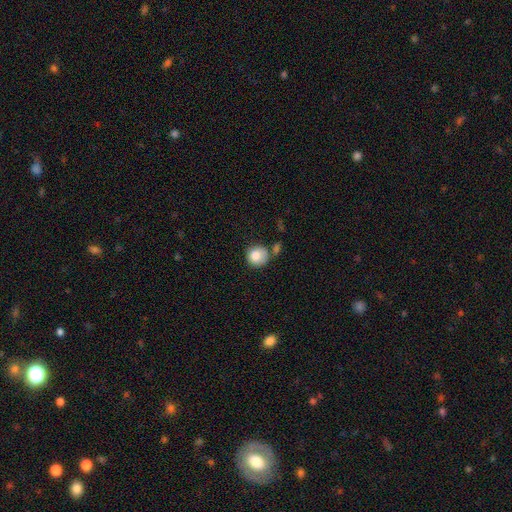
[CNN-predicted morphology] Smooth or featured: smooth — 81% (featured or disk — 11%)
How rounded: round — 88% (in between — 11%)
Merging: none — 59% (minor disturbance — 18%)